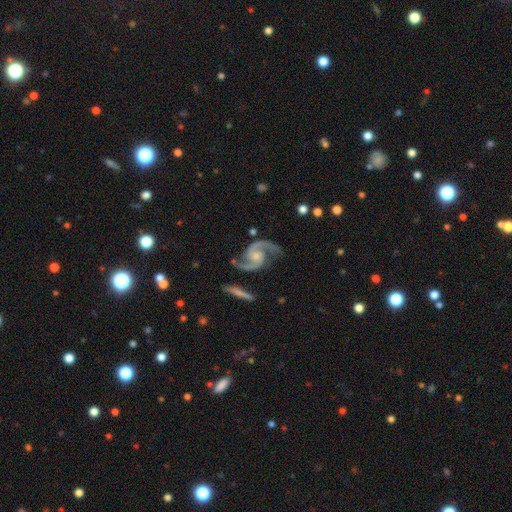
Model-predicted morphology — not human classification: smooth-or-featured: featured or disk: 94% | star or artifact: 4% | smooth: 3%
  disk-edge-on: no: 98% | yes: 2%
    bar: no: 54% | weak: 36% | strong: 9%
    has-spiral-arms: yes: 99% | no: 1%
      spiral-winding: medium: 61% | loose: 27% | tight: 13%
      spiral-arm-count: 2: 95% | can't tell: 1% | 1: 1% | 3: 1% | 4: 1% | more than 4: 1%
    bulge-size: moderate: 38% | small: 37% | none: 17% | large: 6% | dominant: 2%
  merging: none: 76% | minor disturbance: 15% | major disturbance: 6% | merger: 3%